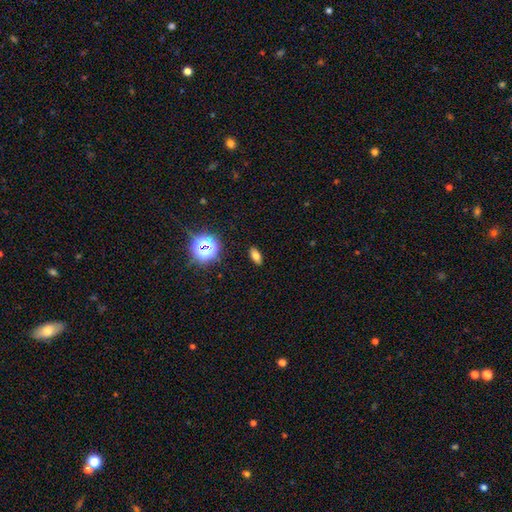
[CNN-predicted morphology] Overall: smooth (72%). How rounded: in between (82%). Merging: none (89%).